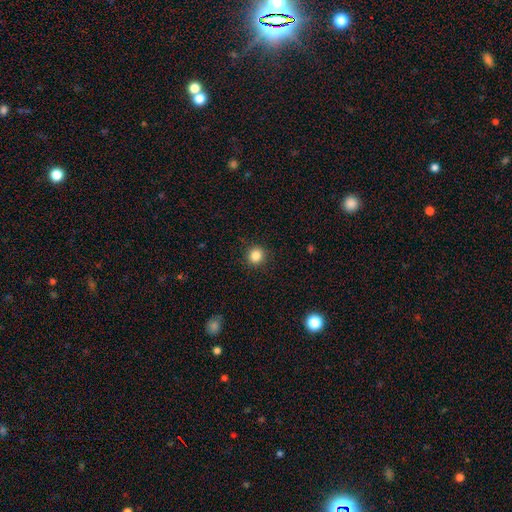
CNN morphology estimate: smooth 84%, star or artifact 11%, featured or disk 5%. Down the decision tree: how rounded — round (92%); merging — none (91%).